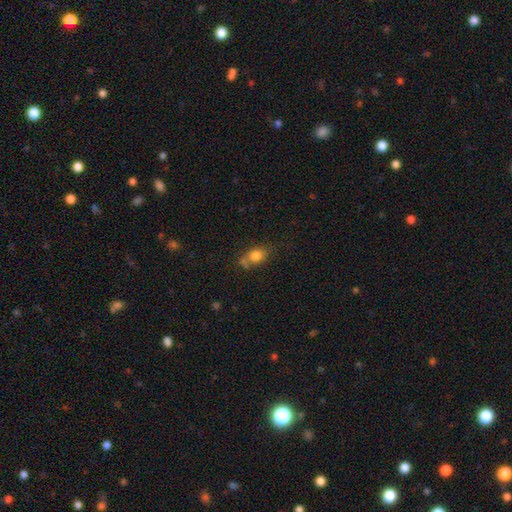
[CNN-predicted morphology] Smooth or featured?
  - smooth: 78% *
  - featured or disk: 11%
  - star or artifact: 10%
How rounded?
  - in between: 64% *
  - round: 33%
  - cigar-shaped: 3%
Merging?
  - none: 52% *
  - minor disturbance: 24%
  - merger: 16%
  - major disturbance: 8%